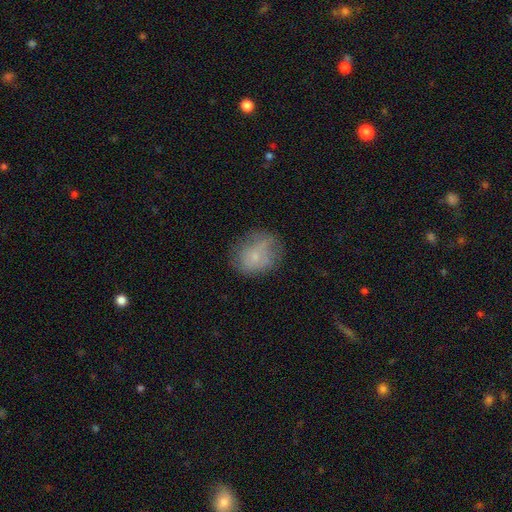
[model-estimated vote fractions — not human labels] smooth_or_featured: smooth (p=0.63) [alt: featured or disk p=0.27]
how_rounded: round (p=0.59) [alt: in between p=0.40]
merging: none (p=0.57) [alt: minor disturbance p=0.27]